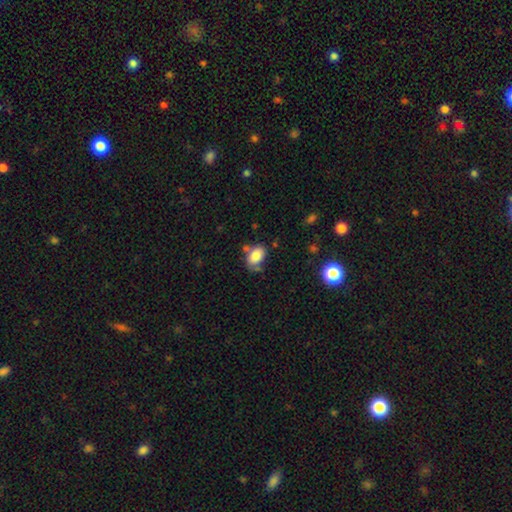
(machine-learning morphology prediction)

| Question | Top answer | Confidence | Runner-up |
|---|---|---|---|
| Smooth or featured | smooth | 82% | featured or disk (9%) |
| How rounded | in between | 87% | round (12%) |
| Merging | none | 56% | minor disturbance (24%) |